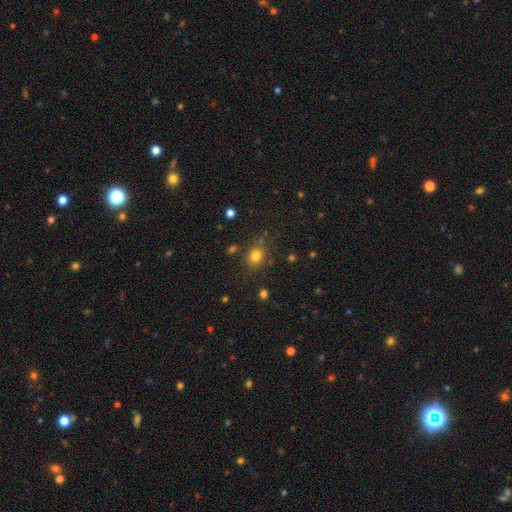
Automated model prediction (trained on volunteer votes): smooth_or_featured: smooth (p=0.79) [alt: star or artifact p=0.15]
how_rounded: round (p=0.68) [alt: in between p=0.31]
merging: none (p=0.79) [alt: minor disturbance p=0.12]